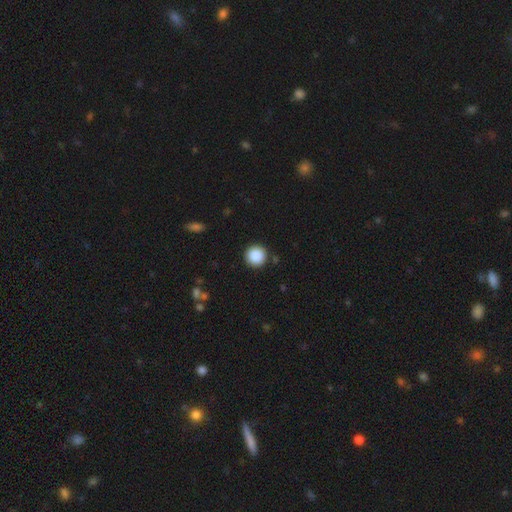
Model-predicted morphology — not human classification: smooth-or-featured: smooth: 87% | star or artifact: 9% | featured or disk: 4%
  how-rounded: round: 95% | in between: 4% | cigar-shaped: 1%
  merging: none: 91% | minor disturbance: 6% | major disturbance: 2% | merger: 1%